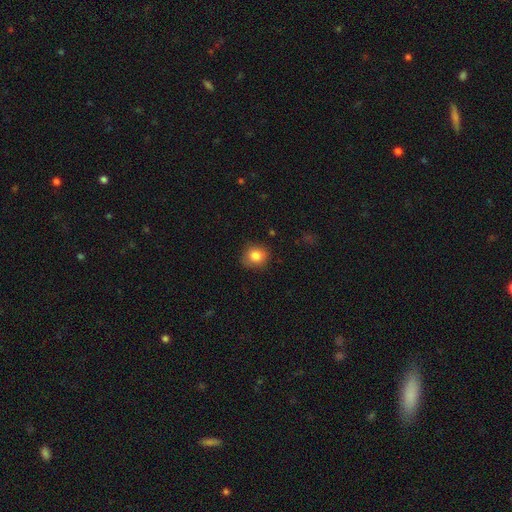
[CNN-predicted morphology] smooth 83%, star or artifact 10%, featured or disk 7%. Down the decision tree: how rounded — round (80%); merging — none (83%).